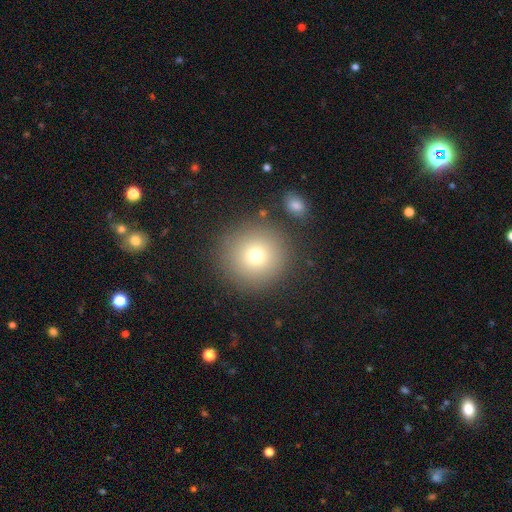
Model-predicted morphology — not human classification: Smooth or featured? Predicted: smooth (p=0.75). How rounded? Predicted: round (p=0.95). Merging? Predicted: none (p=0.87).